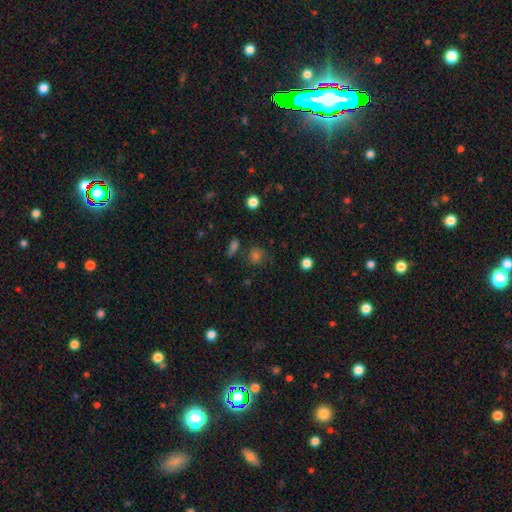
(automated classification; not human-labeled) This appears to be a smooth galaxy with no disk features (65%) that is round (83%). Merging: none (76%).